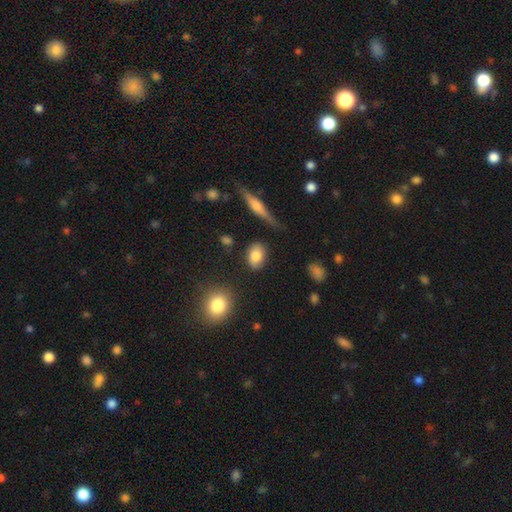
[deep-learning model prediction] This is clearly a smooth galaxy (81%). How rounded: likely in between (77%). Merging: clearly none (82%).